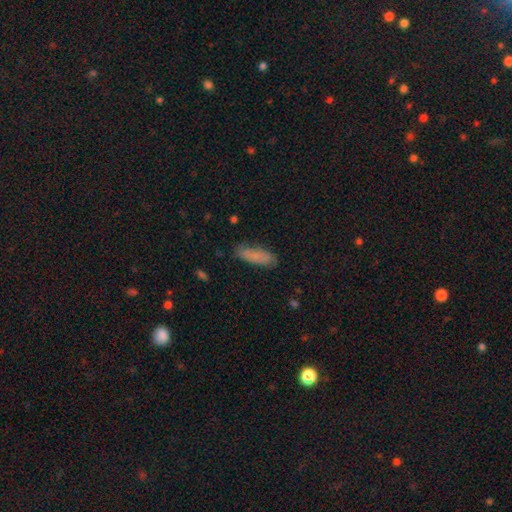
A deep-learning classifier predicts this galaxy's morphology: smooth 81%, featured or disk 12%, star or artifact 7%. Down the decision tree: how rounded — in between (51%); merging — none (79%).